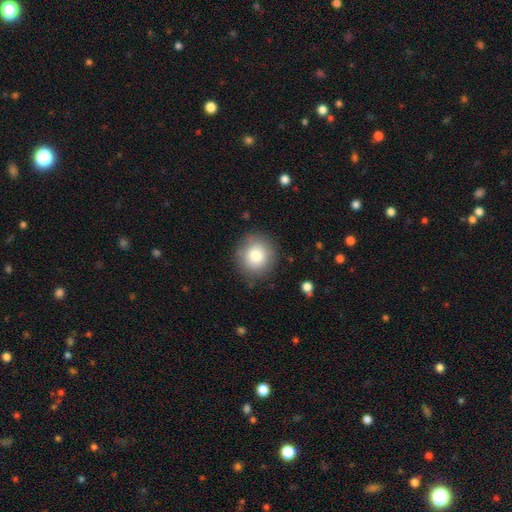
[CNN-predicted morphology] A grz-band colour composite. It shows a smooth galaxy with no disk features (80%) that is round (89%). Merging: none (85%).